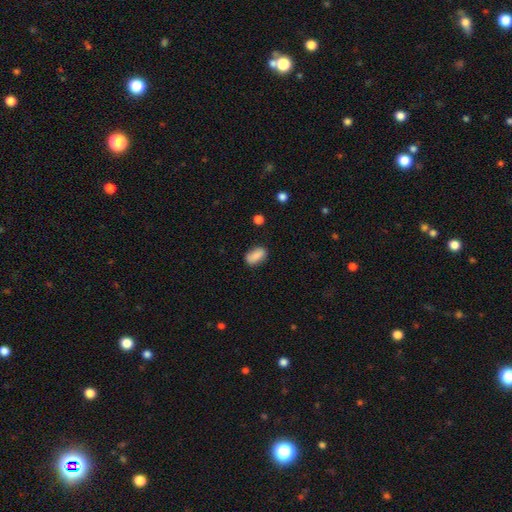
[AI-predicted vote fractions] smooth_or_featured: smooth (p=0.87) [alt: star or artifact p=0.07]
how_rounded: in between (p=0.89) [alt: cigar-shaped p=0.06]
merging: none (p=0.80) [alt: minor disturbance p=0.14]